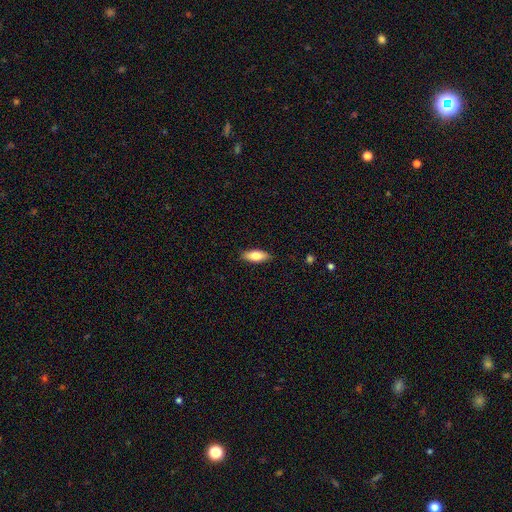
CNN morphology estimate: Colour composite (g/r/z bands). It shows a smooth galaxy with no disk features (77%) that is in between round and cigar-shaped (76%). Merging: none (88%).